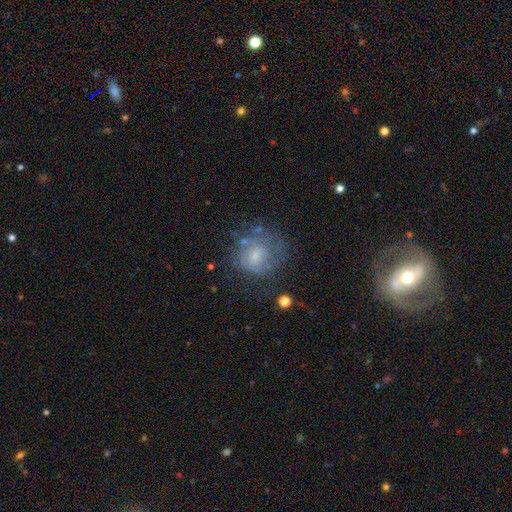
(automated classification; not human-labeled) Smooth or featured: featured or disk — 45% (smooth — 44%)
Merging: none — 51% (minor disturbance — 23%)